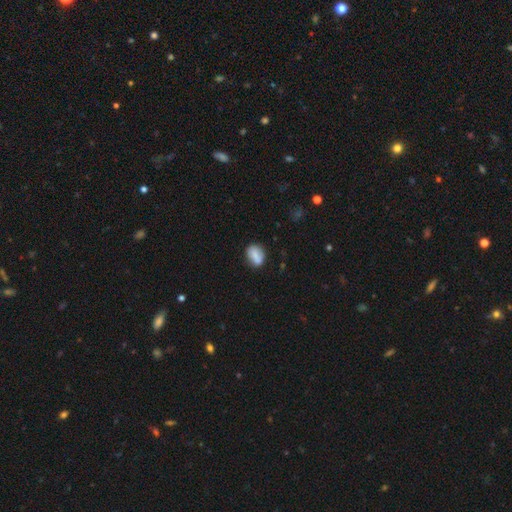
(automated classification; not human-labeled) The model was most divided on "how rounded": in between: 72%, round: 25%, cigar-shaped: 3%. More confident: smooth or featured — smooth (81%); merging — none (75%).